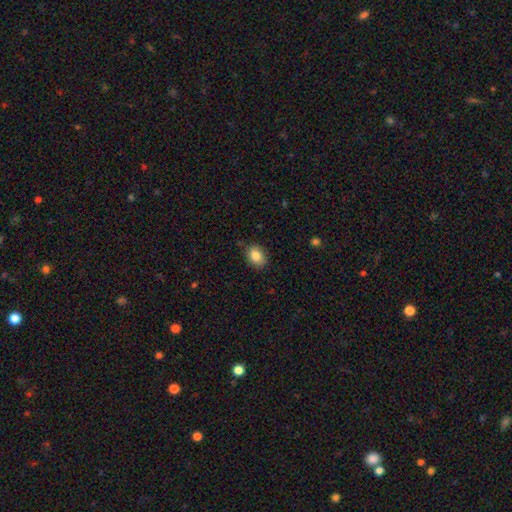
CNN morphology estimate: Smooth or featured? smooth (85%)
How rounded? in between (65%)
Merging? none (84%)